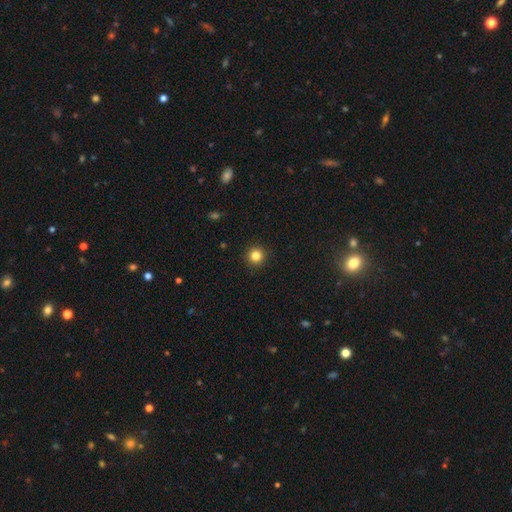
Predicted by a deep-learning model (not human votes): Smooth or featured? smooth (83%)
How rounded? round (95%)
Merging? none (93%)